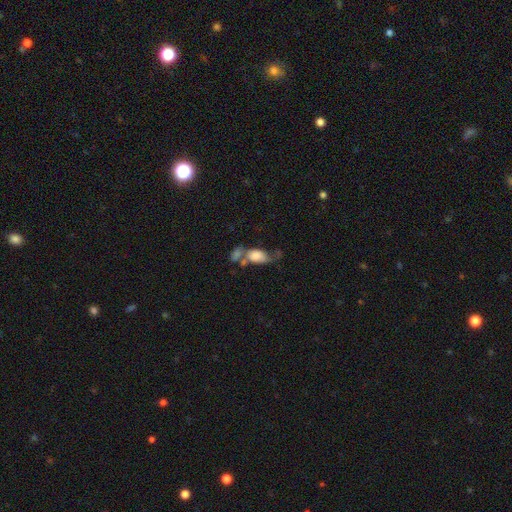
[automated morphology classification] A smooth galaxy with no disk features (69%) that is in between round and cigar-shaped (84%).

Vote fractions:
- Smooth or featured? smooth: 69% / featured or disk: 22% / star or artifact: 8%
- How rounded? in between: 84% / round: 12% / cigar-shaped: 4%
- Merging? merger: 51% / none: 18% / major disturbance: 17% / minor disturbance: 14%